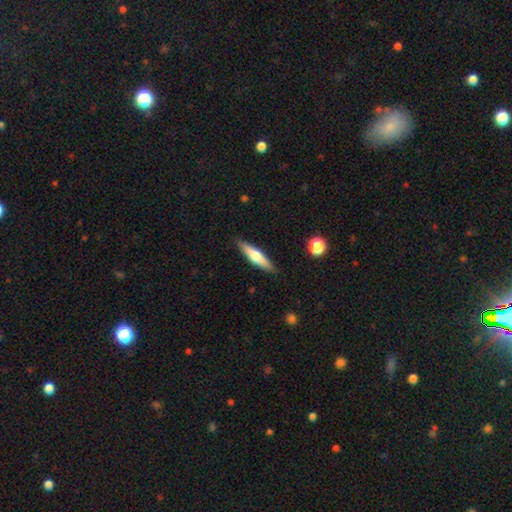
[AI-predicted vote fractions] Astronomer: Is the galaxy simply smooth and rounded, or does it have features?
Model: smooth — 58% (runner-up: featured or disk, 37%).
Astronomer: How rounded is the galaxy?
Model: cigar-shaped — 75%.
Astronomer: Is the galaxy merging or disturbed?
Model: none — 89%.